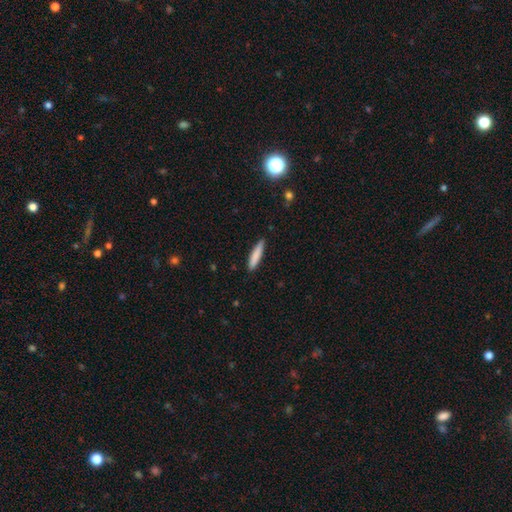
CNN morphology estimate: Smooth or featured? smooth (82%)
How rounded? cigar-shaped (88%)
Merging? none (88%)